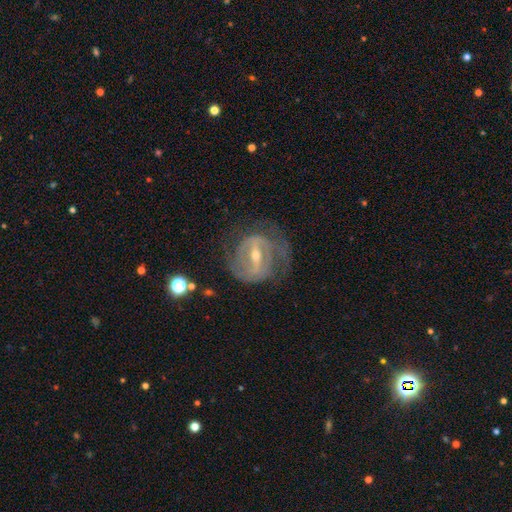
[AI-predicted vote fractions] Overall: featured or disk (87%). Edge-on disk: no (95%). Bar: strong (61%; weak 31%). Spiral arms: yes (89%). Spiral arm count: 2 (59%; can't tell 21%). Spiral winding: tight (49%; medium 39%). Bulge size: moderate (52%; small 45%). Merging: none (67%).